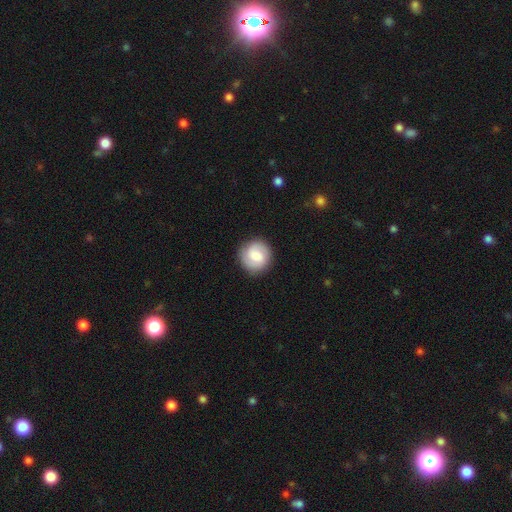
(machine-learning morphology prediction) Smooth or featured: smooth — 64% (featured or disk — 29%)
How rounded: round — 91% (in between — 8%)
Merging: none — 88% (minor disturbance — 8%)